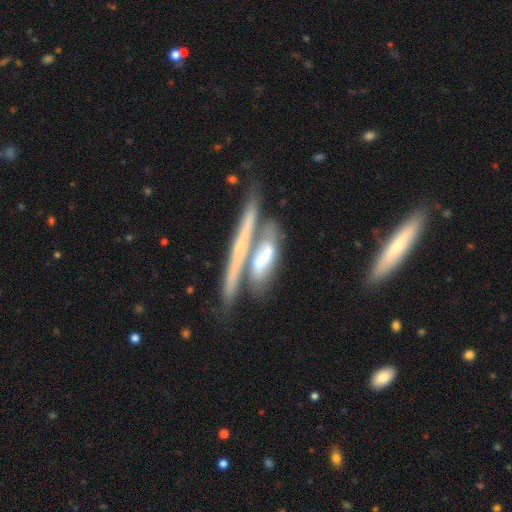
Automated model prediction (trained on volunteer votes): The model was most divided on "merging": merger: 43%, none: 39%, minor disturbance: 12%, major disturbance: 5%. More confident: edge-on disk — yes (73%); smooth or featured — featured or disk (58%).